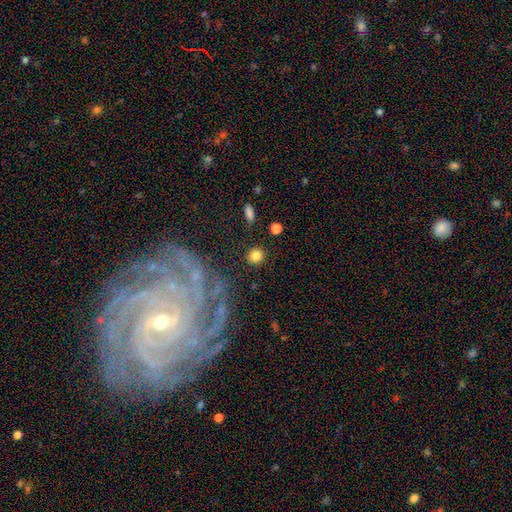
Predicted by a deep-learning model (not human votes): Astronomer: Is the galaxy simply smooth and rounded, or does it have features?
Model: smooth — 83%.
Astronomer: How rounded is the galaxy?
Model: round — 89%.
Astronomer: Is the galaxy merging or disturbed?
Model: none — 88%.